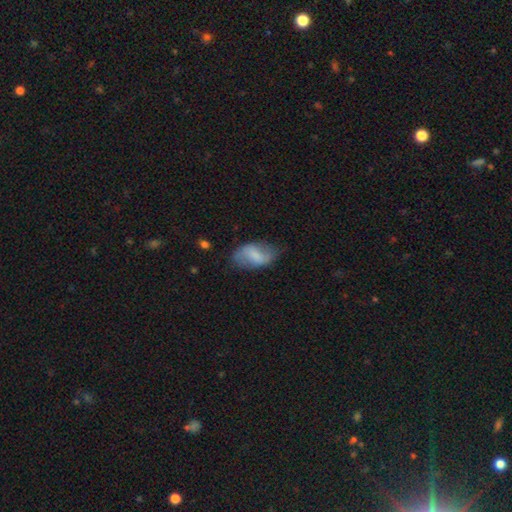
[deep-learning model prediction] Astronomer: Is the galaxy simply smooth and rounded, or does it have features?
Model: smooth — 55% (runner-up: featured or disk, 37%).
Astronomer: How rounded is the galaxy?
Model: in between — 92%.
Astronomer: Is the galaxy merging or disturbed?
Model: none — 62%.